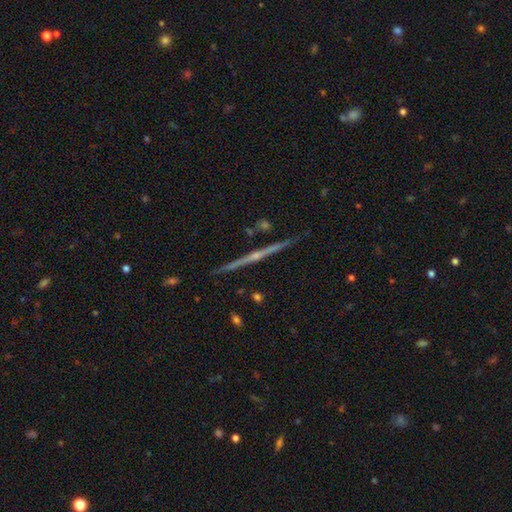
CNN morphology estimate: Smooth or featured?
  - featured or disk: 71% *
  - smooth: 16%
  - star or artifact: 13%
Edge-on disk?
  - yes: 96% *
  - no: 4%
Edge-on bulge?
  - rounded: 55% *
  - none: 33%
  - boxy: 12%
Merging?
  - none: 86% *
  - minor disturbance: 8%
  - merger: 3%
  - major disturbance: 3%